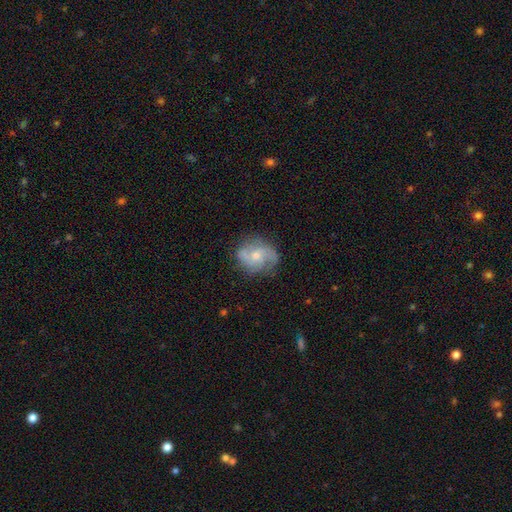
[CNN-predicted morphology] Overall: featured or disk (71%). Edge-on disk: no (98%). Bar: no (69%). Spiral arms: yes (90%). Spiral arm count: 2 (32%; 3 31%). Spiral winding: medium (47%; tight 28%). Bulge size: small (53%; moderate 42%). Merging: none (69%).